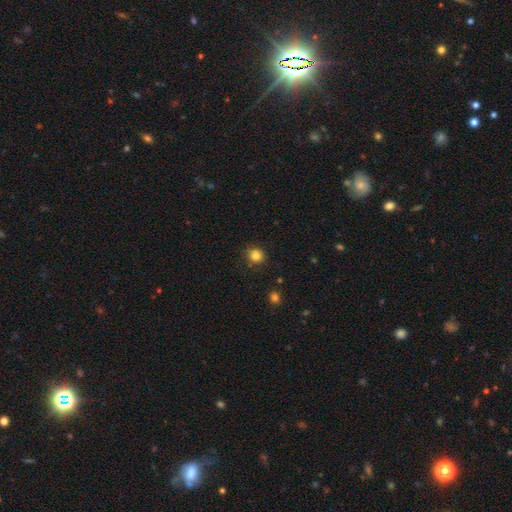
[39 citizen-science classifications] Overall: smooth (85%). How rounded: round (97%). Merging: none (91%).